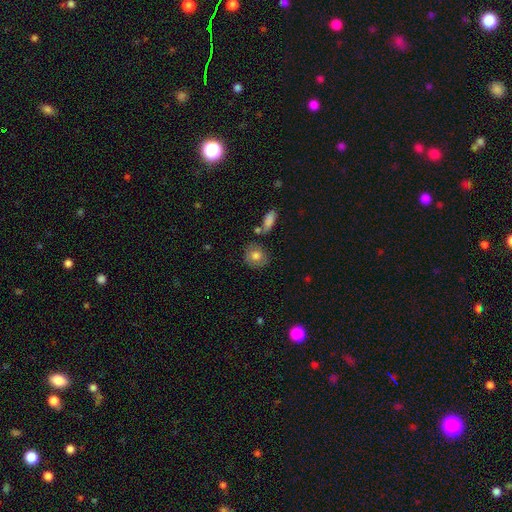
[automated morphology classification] Smooth or featured?
  - smooth: 73% *
  - featured or disk: 19%
  - star or artifact: 8%
How rounded?
  - round: 76% *
  - in between: 23%
  - cigar-shaped: 2%
Merging?
  - none: 76% *
  - minor disturbance: 14%
  - merger: 6%
  - major disturbance: 4%